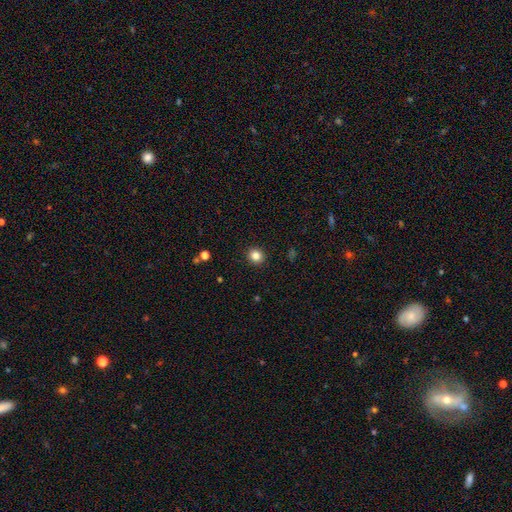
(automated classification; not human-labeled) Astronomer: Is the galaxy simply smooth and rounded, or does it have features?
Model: smooth — 84%.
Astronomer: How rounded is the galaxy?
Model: round — 87%.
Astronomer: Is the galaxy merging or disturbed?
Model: none — 92%.